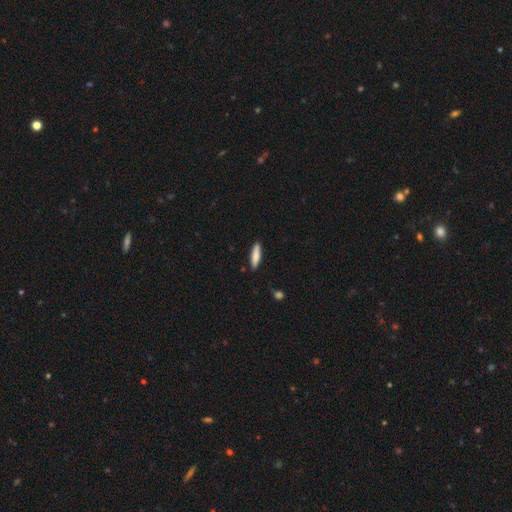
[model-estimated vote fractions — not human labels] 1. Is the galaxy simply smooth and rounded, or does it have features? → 82% smooth, 12% featured or disk, 6% star or artifact.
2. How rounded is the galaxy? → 76% cigar-shaped, 23% in between, 1% round.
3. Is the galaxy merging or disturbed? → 87% none, 9% minor disturbance, 2% major disturbance, 1% merger.